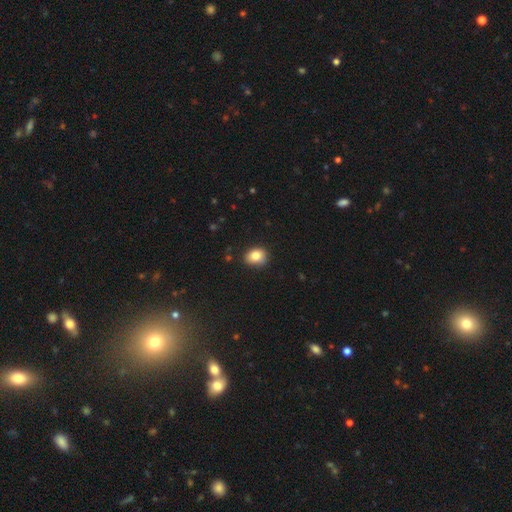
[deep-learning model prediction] Smooth or featured: smooth — 82% (star or artifact — 10%)
How rounded: round — 55% (in between — 44%)
Merging: none — 80% (minor disturbance — 16%)